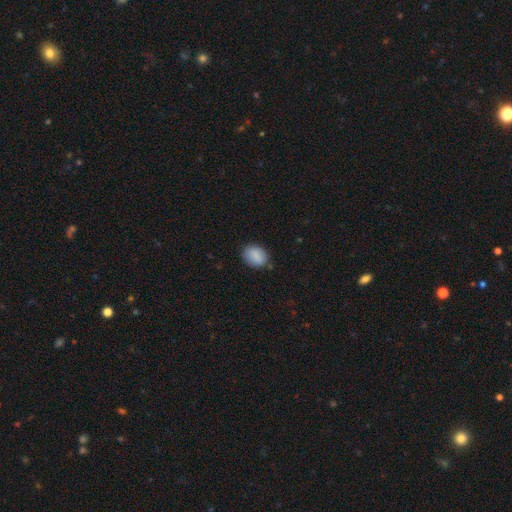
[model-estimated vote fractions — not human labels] This is clearly a smooth galaxy (88%). How rounded: possibly in between (59%). Merging: clearly none (80%).